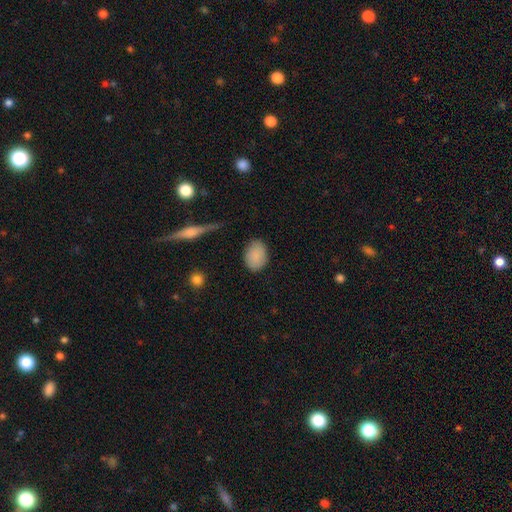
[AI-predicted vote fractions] This is clearly a smooth galaxy (87%). How rounded: likely in between (70%). Merging: clearly none (83%).